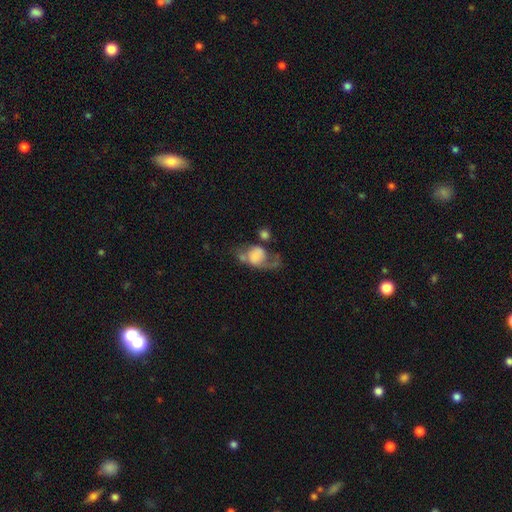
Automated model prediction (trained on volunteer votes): smooth 51%, featured or disk 40%, star or artifact 9%. Down the decision tree: how rounded — in between (58%); merging — major disturbance (40%).